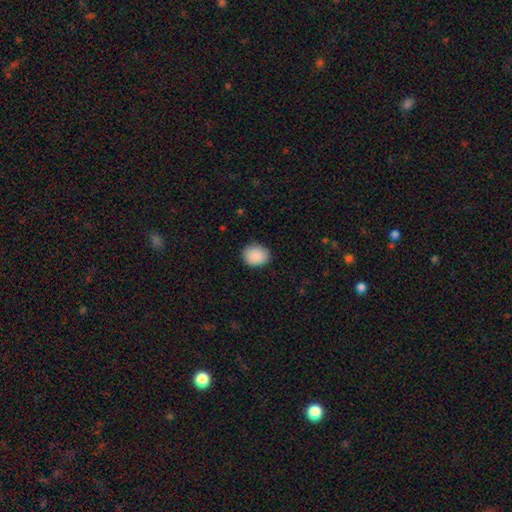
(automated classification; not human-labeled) Q: Smooth or featured?
A: smooth (90%); runner-up: star or artifact (7%)
Q: How rounded?
A: round (58%); runner-up: in between (41%)
Q: Merging?
A: none (86%); runner-up: minor disturbance (11%)